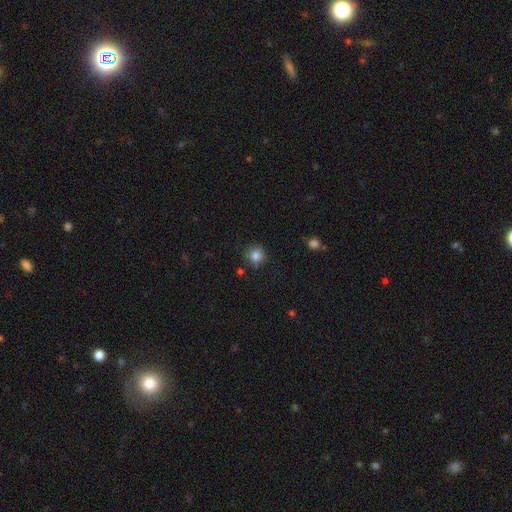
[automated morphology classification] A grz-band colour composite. It shows a smooth galaxy with no disk features (83%) that is round (90%). Merging: none (77%).